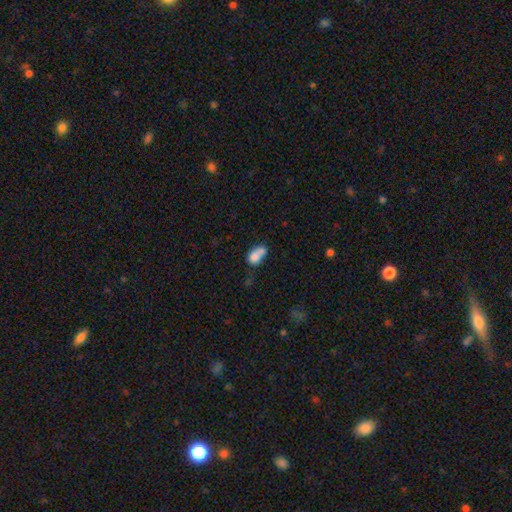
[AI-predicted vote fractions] A smooth galaxy with no disk features (74%) that is in between round and cigar-shaped (69%).

Vote fractions:
- Smooth or featured? smooth: 74% / featured or disk: 16% / star or artifact: 10%
- How rounded? in between: 69% / round: 29% / cigar-shaped: 2%
- Merging? merger: 51% / none: 25% / minor disturbance: 15% / major disturbance: 9%